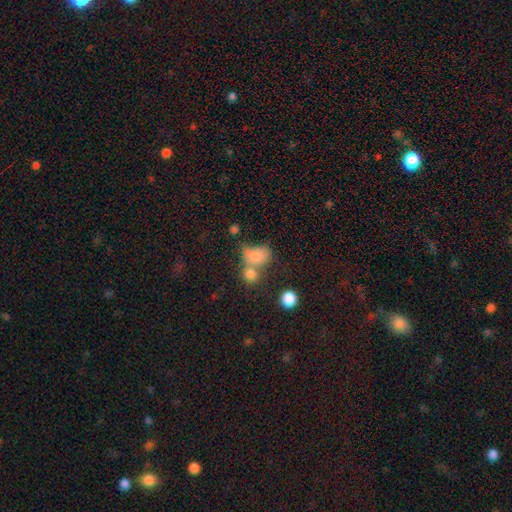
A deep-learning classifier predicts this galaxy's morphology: Smooth or featured? smooth (76%)
How rounded? in between (65%)
Merging? merger (45%)